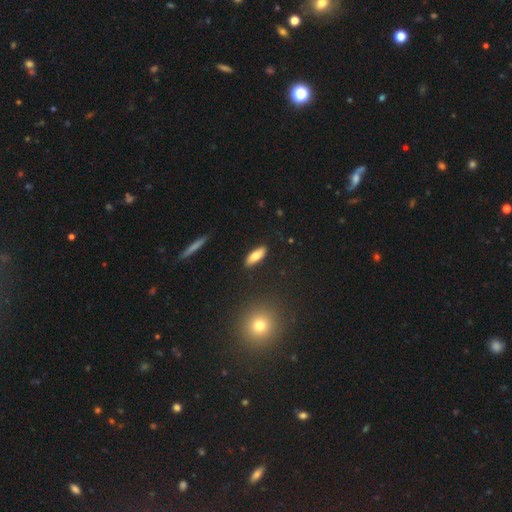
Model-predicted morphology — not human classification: Q: Smooth or featured?
A: smooth (76%); runner-up: featured or disk (18%)
Q: How rounded?
A: in between (64%); runner-up: cigar-shaped (33%)
Q: Merging?
A: none (89%); runner-up: minor disturbance (8%)